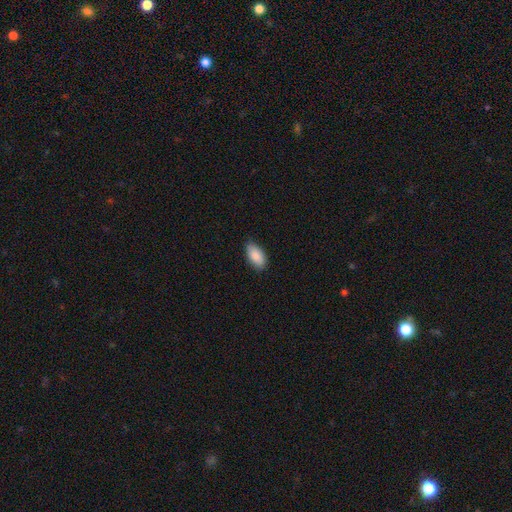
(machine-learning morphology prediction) This is clearly a smooth galaxy (88%). How rounded: clearly in between (94%). Merging: clearly none (81%).